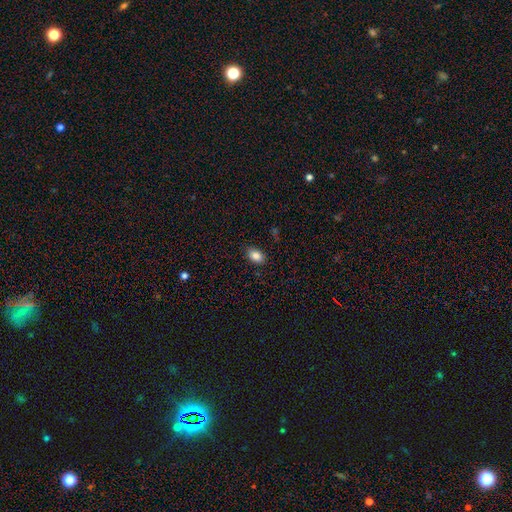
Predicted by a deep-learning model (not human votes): Smooth or featured: smooth — 87% (star or artifact — 9%)
How rounded: in between — 84% (round — 15%)
Merging: none — 86% (minor disturbance — 11%)